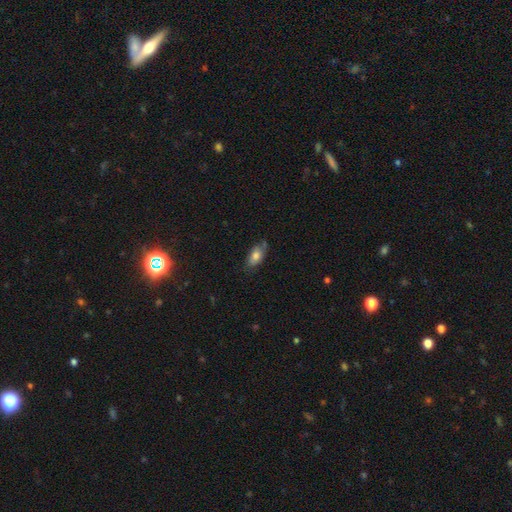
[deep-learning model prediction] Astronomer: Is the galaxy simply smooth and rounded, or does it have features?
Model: smooth — 76%.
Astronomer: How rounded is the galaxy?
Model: in between — 90%.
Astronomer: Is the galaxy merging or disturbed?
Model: none — 66%.